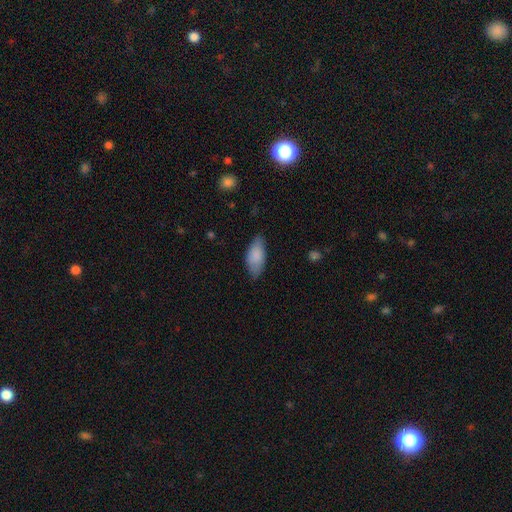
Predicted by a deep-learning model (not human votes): smooth-or-featured: smooth: 84% | featured or disk: 10% | star or artifact: 6%
  how-rounded: in between: 90% | cigar-shaped: 8% | round: 2%
  merging: none: 73% | minor disturbance: 22% | major disturbance: 4% | merger: 1%